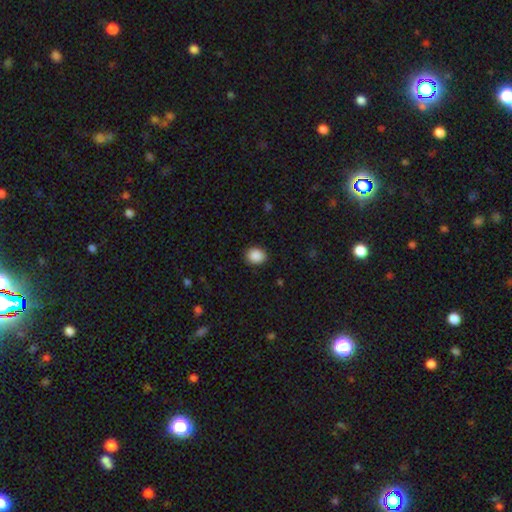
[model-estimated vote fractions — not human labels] smooth_or_featured: smooth (p=0.89) [alt: star or artifact p=0.08]
how_rounded: round (p=0.56) [alt: in between p=0.44]
merging: none (p=0.89) [alt: minor disturbance p=0.08]